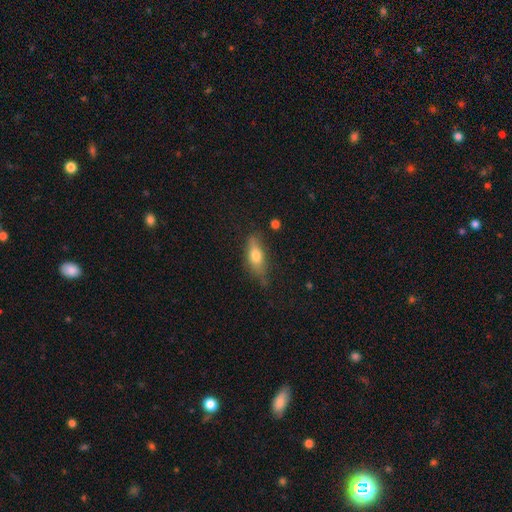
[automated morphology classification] Smooth or featured? Predicted: smooth (p=0.65). How rounded? Predicted: in between (p=0.65). Merging? Predicted: none (p=0.67).